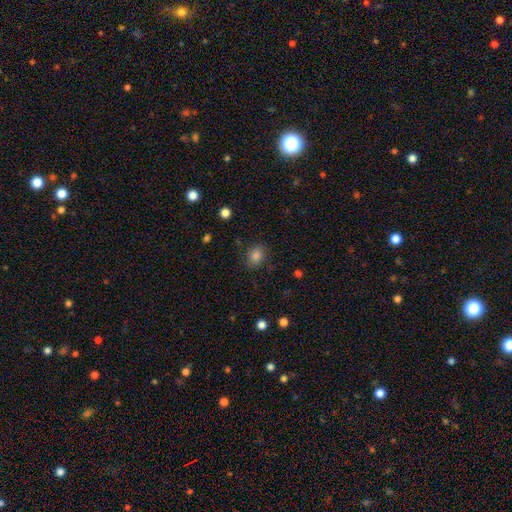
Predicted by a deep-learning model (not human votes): A smooth galaxy with no disk features (82%) that is round (60%).

Vote fractions:
- Smooth or featured? smooth: 82% / star or artifact: 12% / featured or disk: 5%
- How rounded? round: 60% / in between: 39% / cigar-shaped: 1%
- Merging? none: 85% / minor disturbance: 10% / major disturbance: 3% / merger: 1%